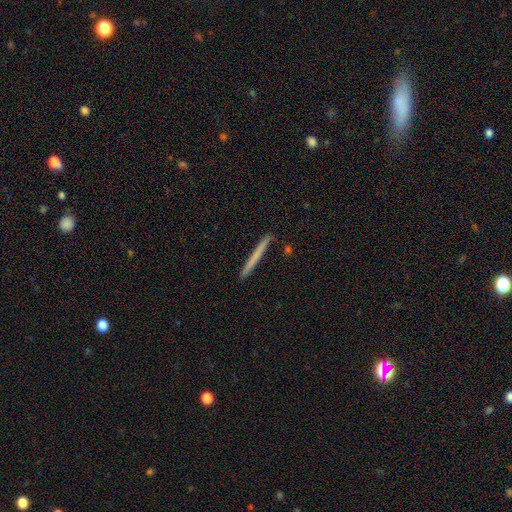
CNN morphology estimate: A smooth galaxy with no disk features (63%) that is cigar-shaped (97%). Merging: none (92%).